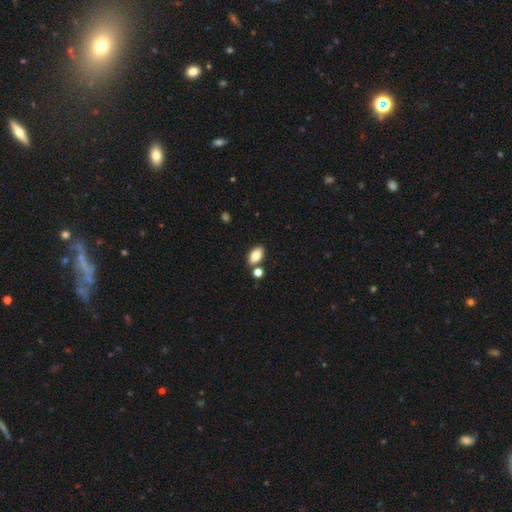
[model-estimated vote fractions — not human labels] Morphology: type=smooth (81%); roundness=in between (91%); merging=none (76%).